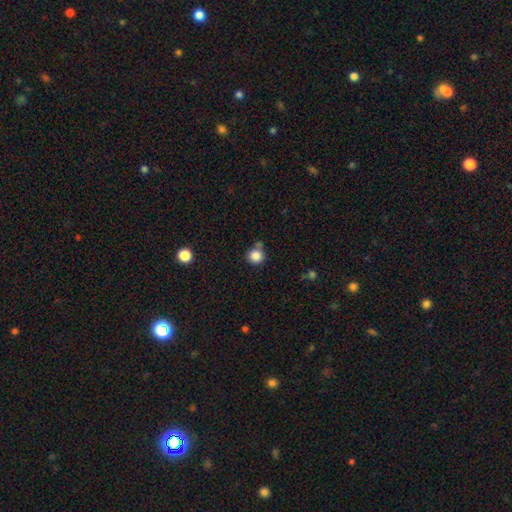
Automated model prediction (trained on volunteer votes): Smooth or featured? Predicted: smooth (p=0.86). How rounded? Predicted: round (p=0.92). Merging? Predicted: none (p=0.67).